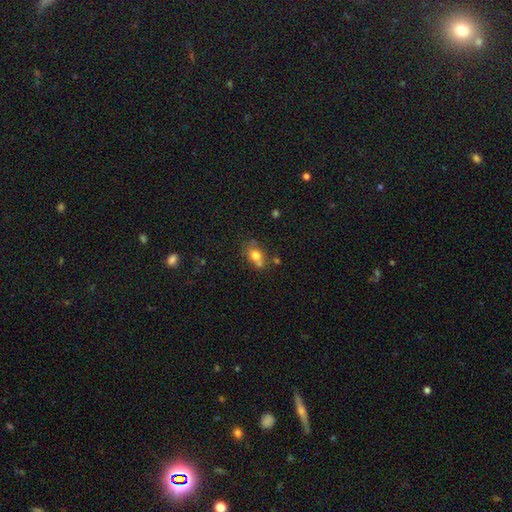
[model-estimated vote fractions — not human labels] Smooth or featured? Predicted: smooth (p=0.71). How rounded? Predicted: in between (p=0.60). Merging? Predicted: none (p=0.45).